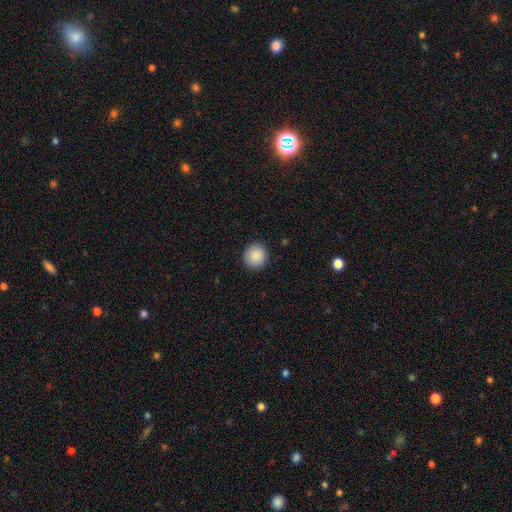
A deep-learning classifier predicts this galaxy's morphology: Overall: smooth (89%). How rounded: round (93%). Merging: none (91%).